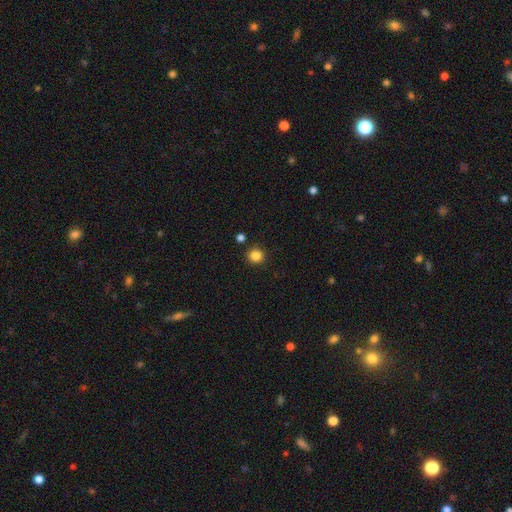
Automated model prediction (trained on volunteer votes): A smooth galaxy with no disk features (85%) that is round (93%). Merging: none (89%).